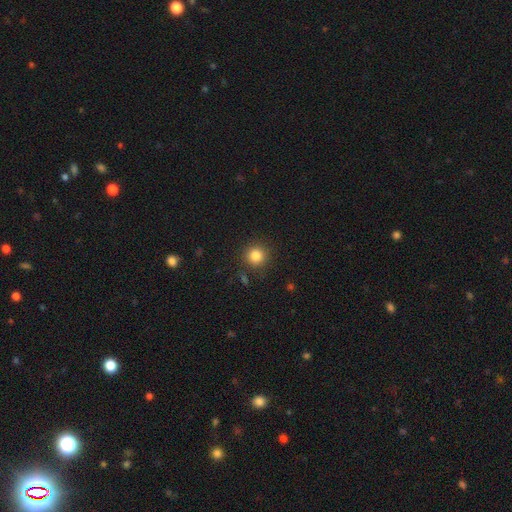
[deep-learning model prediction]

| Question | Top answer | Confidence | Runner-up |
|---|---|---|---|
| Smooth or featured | smooth | 84% | star or artifact (12%) |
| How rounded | round | 94% | in between (5%) |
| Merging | none | 89% | minor disturbance (7%) |